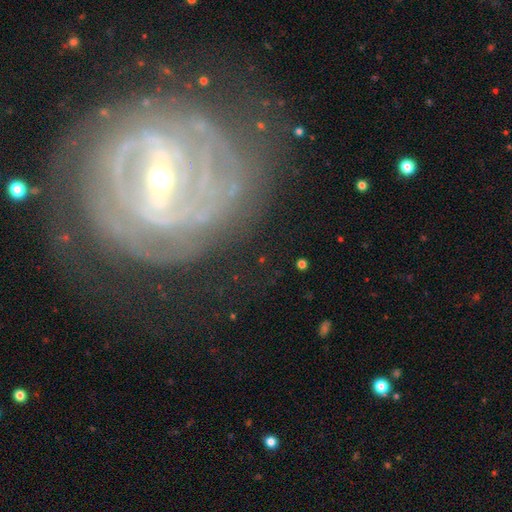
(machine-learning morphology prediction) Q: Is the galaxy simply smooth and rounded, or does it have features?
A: featured or disk — 89%.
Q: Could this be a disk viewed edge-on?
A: no — 95%.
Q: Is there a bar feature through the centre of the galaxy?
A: strong — 58%.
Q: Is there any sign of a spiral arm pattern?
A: yes — 92%.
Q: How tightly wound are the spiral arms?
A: tight — 75%.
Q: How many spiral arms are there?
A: can't tell — 35%.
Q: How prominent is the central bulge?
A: small — 65%.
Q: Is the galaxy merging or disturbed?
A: none — 73%.